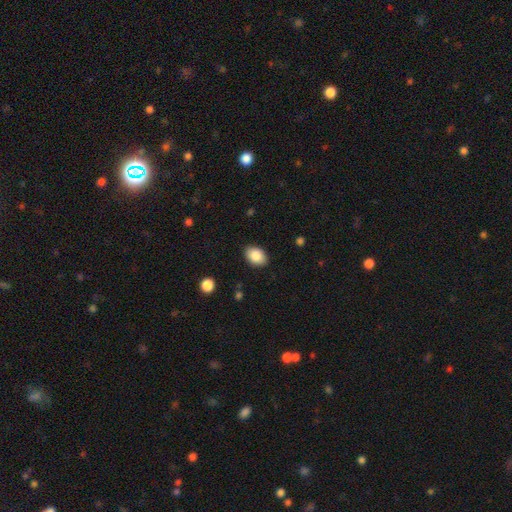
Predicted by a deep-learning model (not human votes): Smooth or featured? smooth (86%)
How rounded? in between (81%)
Merging? none (87%)